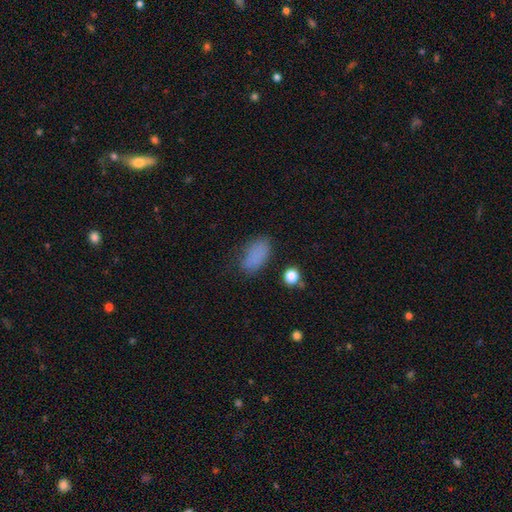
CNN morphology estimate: Smooth or featured? smooth (82%)
How rounded? in between (90%)
Merging? none (71%)